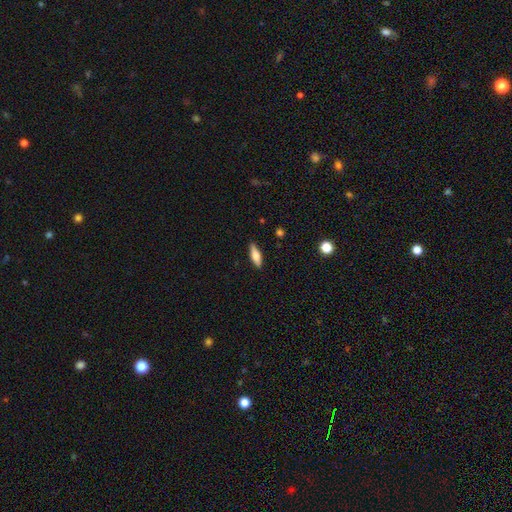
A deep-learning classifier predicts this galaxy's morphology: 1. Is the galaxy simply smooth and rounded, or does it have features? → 62% smooth, 31% featured or disk, 7% star or artifact.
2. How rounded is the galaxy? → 53% in between, 45% cigar-shaped, 3% round.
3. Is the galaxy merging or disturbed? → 88% none, 9% minor disturbance, 2% major disturbance, 1% merger.